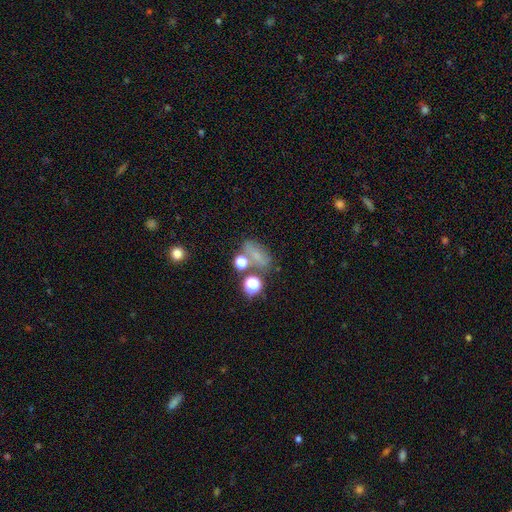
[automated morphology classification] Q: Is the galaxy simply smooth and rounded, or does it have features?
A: smooth — 58%.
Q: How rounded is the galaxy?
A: in between — 70%.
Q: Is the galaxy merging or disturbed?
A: none — 52%.